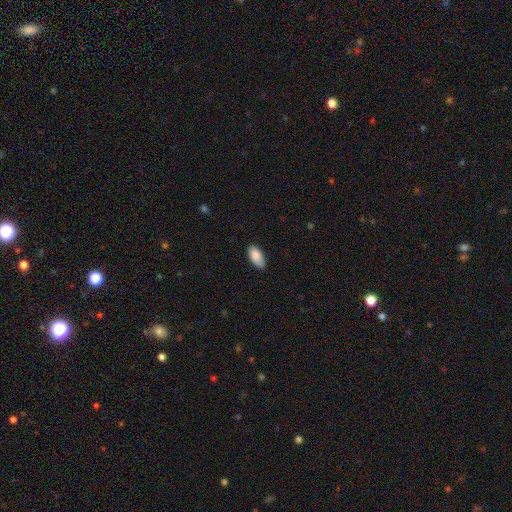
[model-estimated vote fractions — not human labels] Smooth or featured: smooth — 88% (star or artifact — 6%)
How rounded: in between — 92% (cigar-shaped — 6%)
Merging: none — 79% (minor disturbance — 17%)